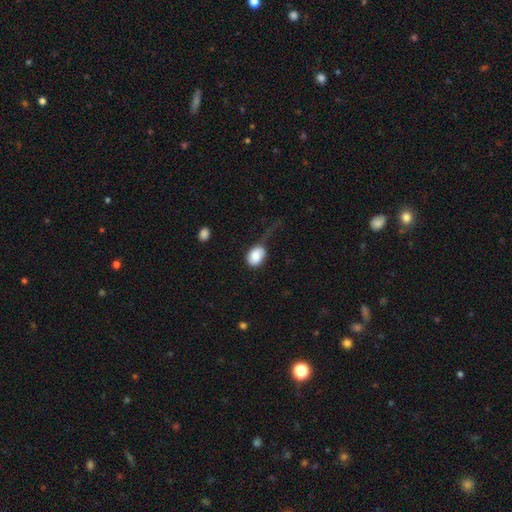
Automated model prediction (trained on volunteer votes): A smooth galaxy with no disk features (85%) that is in between round and cigar-shaped (74%). Merging: major disturbance (35%).